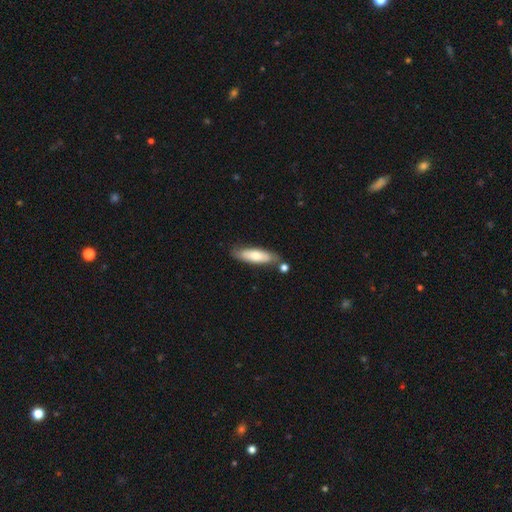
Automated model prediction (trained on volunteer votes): The model was most divided on "how rounded": cigar-shaped: 61%, in between: 37%, round: 2%. More confident: merging — none (70%); smooth or featured — smooth (69%).